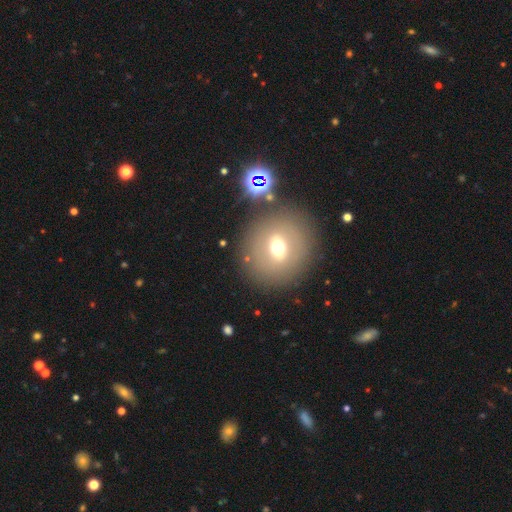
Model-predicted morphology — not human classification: Smooth or featured? Predicted: smooth (p=0.51). How rounded? Predicted: round (p=0.75). Merging? Predicted: none (p=0.83).